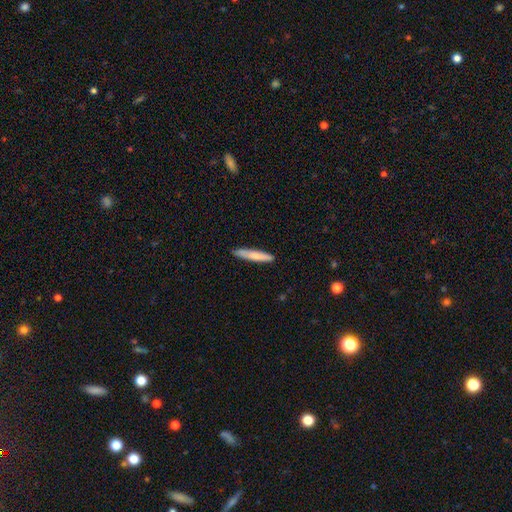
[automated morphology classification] smooth 74%, featured or disk 20%, star or artifact 5%. Down the decision tree: how rounded — cigar-shaped (92%); merging — none (87%).